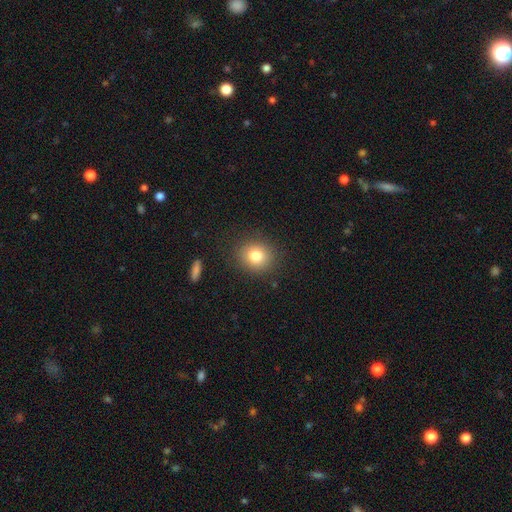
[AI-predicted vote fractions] The model was most divided on "how rounded": round: 77%, in between: 22%, cigar-shaped: 1%. More confident: merging — none (87%); smooth or featured — smooth (81%).